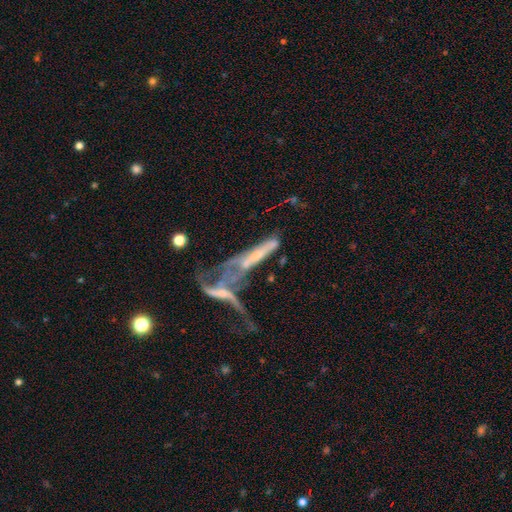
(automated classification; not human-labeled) Overall: featured or disk (63%; smooth 24%). Edge-on disk: no (58%; yes 42%). Merging: merger (63%).